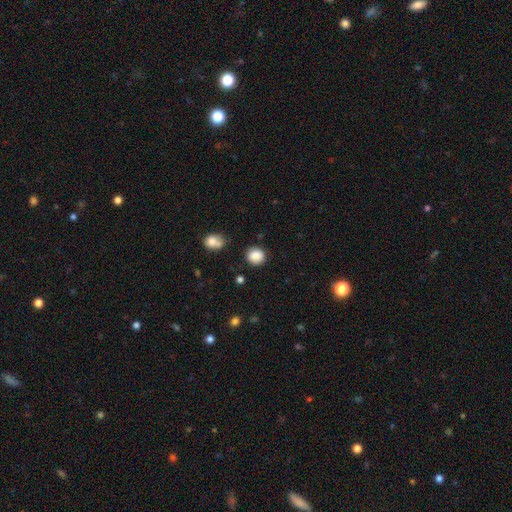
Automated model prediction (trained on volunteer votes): Q: Smooth or featured?
A: smooth (87%); runner-up: star or artifact (9%)
Q: How rounded?
A: round (84%); runner-up: in between (15%)
Q: Merging?
A: none (83%); runner-up: minor disturbance (11%)